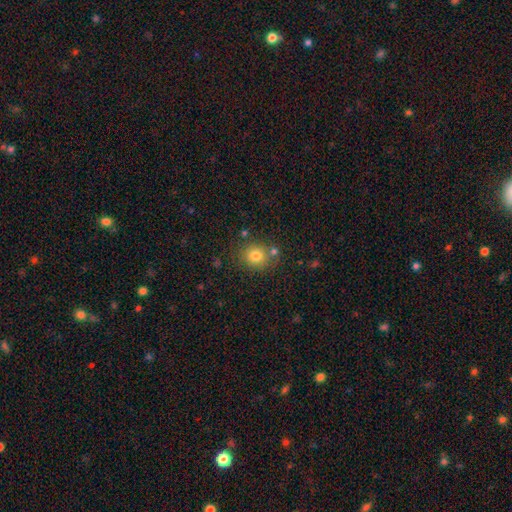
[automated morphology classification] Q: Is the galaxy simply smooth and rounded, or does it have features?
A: smooth — 78%.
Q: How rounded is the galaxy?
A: round — 78%.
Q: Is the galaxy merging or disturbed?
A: none — 75%.